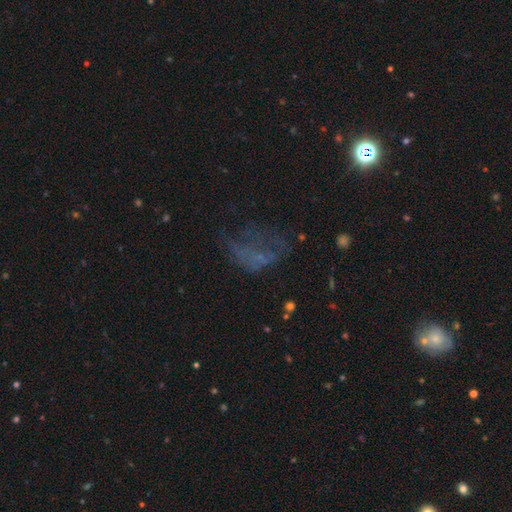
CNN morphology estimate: This appears to be a featured or disk galaxy (38%). Merging: major disturbance (42%).